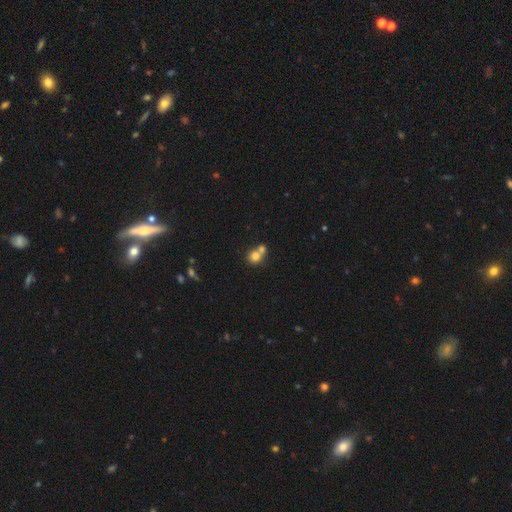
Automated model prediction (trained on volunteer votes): Smooth or featured?
  - smooth: 77% *
  - featured or disk: 12%
  - star or artifact: 11%
How rounded?
  - round: 82% *
  - in between: 17%
  - cigar-shaped: 1%
Merging?
  - merger: 52% *
  - none: 39%
  - minor disturbance: 7%
  - major disturbance: 3%